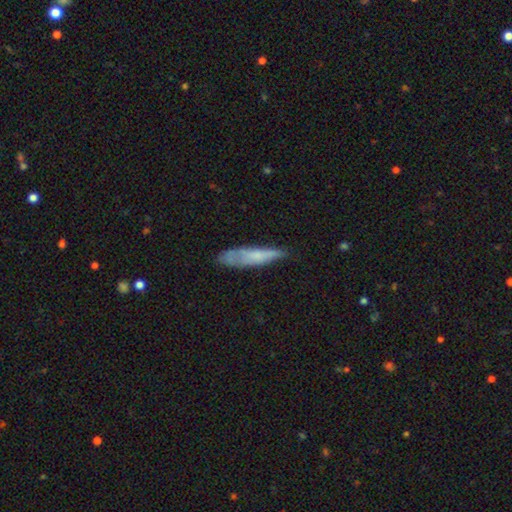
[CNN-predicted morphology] smooth-or-featured: smooth: 62% | featured or disk: 31% | star or artifact: 7%
  how-rounded: cigar-shaped: 77% | in between: 21% | round: 2%
  merging: none: 58% | minor disturbance: 29% | major disturbance: 10% | merger: 3%